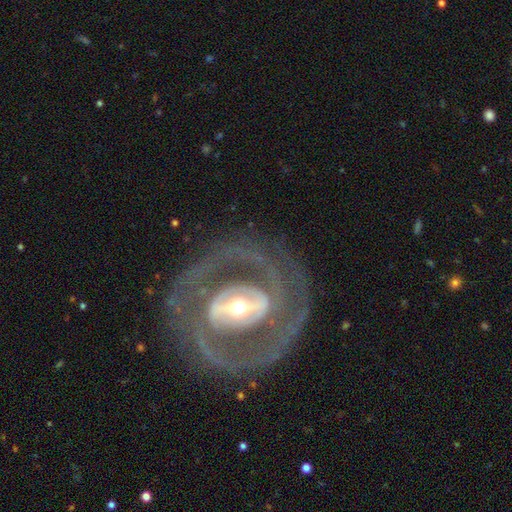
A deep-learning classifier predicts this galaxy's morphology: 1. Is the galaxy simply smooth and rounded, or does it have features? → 86% featured or disk, 9% smooth, 5% star or artifact.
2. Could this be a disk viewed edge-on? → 95% no, 5% yes.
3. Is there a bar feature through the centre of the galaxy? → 49% strong, 30% weak, 21% no.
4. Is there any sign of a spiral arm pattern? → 84% yes, 16% no.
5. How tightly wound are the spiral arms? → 56% tight, 34% medium, 10% loose.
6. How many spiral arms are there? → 70% 2, 13% can't tell, 7% 3, 4% 1, 3% 4, 3% more than 4.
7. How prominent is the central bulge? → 52% moderate, 36% small, 10% large, 2% dominant, 1% none.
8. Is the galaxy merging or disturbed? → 77% none, 12% minor disturbance, 9% major disturbance, 2% merger.